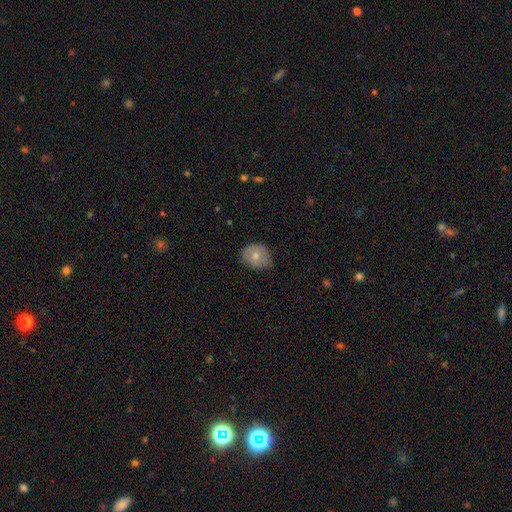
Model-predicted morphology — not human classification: smooth 72%, featured or disk 20%, star or artifact 8%. Down the decision tree: how rounded — round (60%); merging — none (75%).